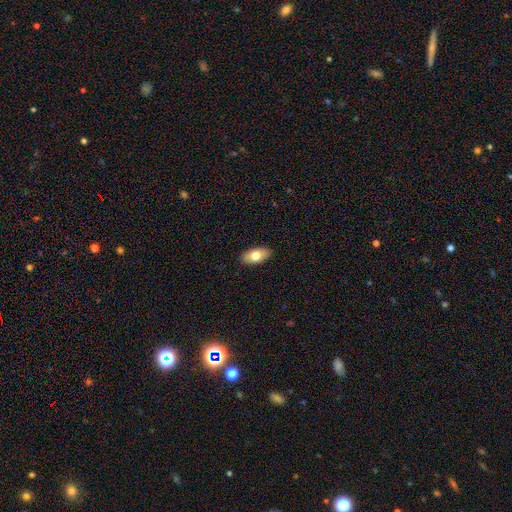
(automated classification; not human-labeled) Smooth or featured? Predicted: smooth (p=0.77). How rounded? Predicted: in between (p=0.92). Merging? Predicted: none (p=0.90).